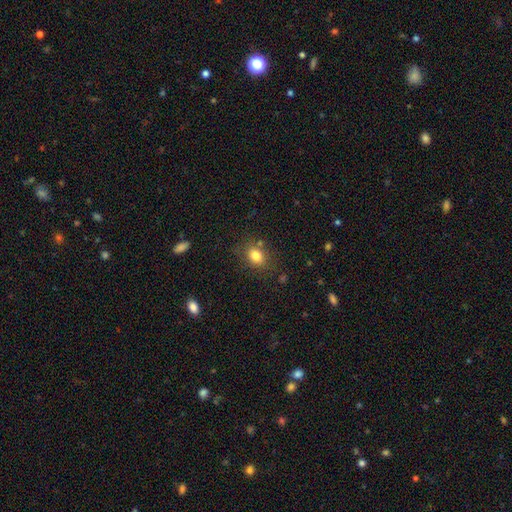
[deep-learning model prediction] This appears to be a smooth galaxy with no disk features (81%) that is in between round and cigar-shaped (55%). Merging: none (78%).